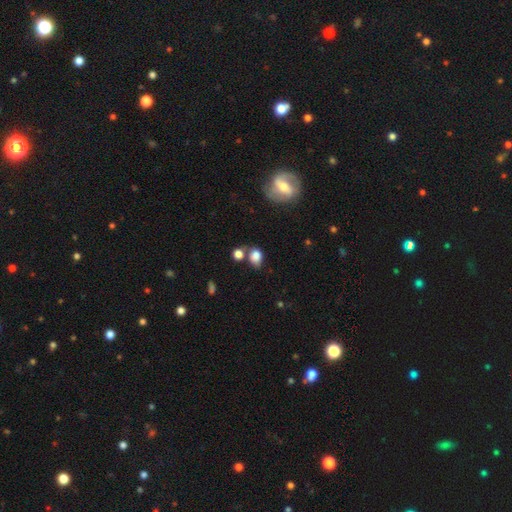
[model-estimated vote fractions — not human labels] Overall: smooth (80%). How rounded: in between (62%; round 36%). Merging: none (51%; merger 23%).